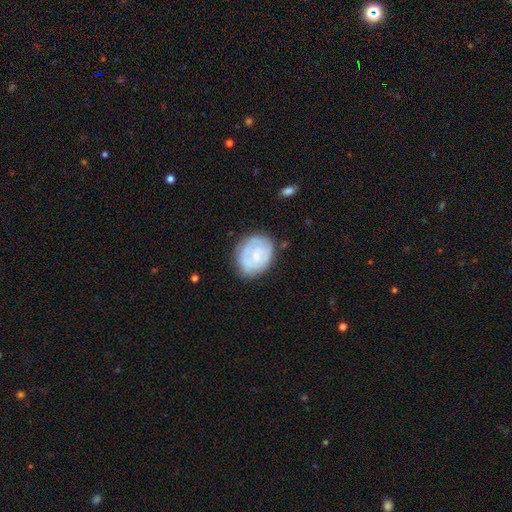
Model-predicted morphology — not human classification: The model was most divided on "spiral arms": no: 55%, yes: 45%. More confident: edge-on disk — no (97%); bar — no (81%); merging — none (67%); bulge size — small (65%); smooth or featured — featured or disk (52%).